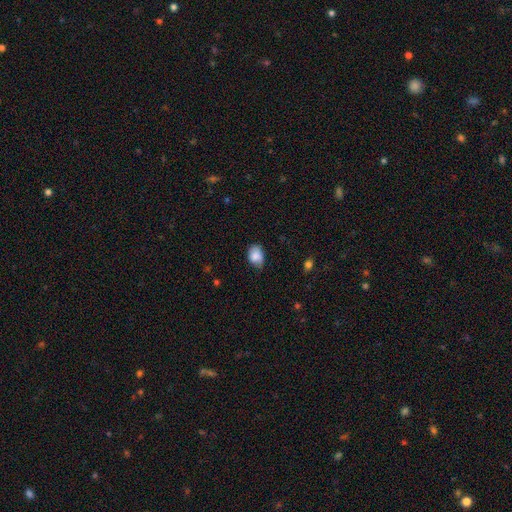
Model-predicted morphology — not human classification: Smooth or featured? Predicted: smooth (p=0.85). How rounded? Predicted: in between (p=0.75). Merging? Predicted: none (p=0.59).